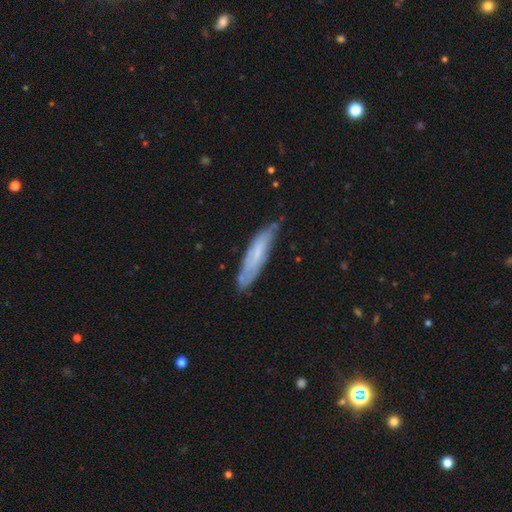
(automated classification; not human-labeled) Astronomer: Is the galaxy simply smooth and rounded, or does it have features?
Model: smooth — 46%, tied with featured or disk at 46%.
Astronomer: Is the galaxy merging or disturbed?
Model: none — 69%.